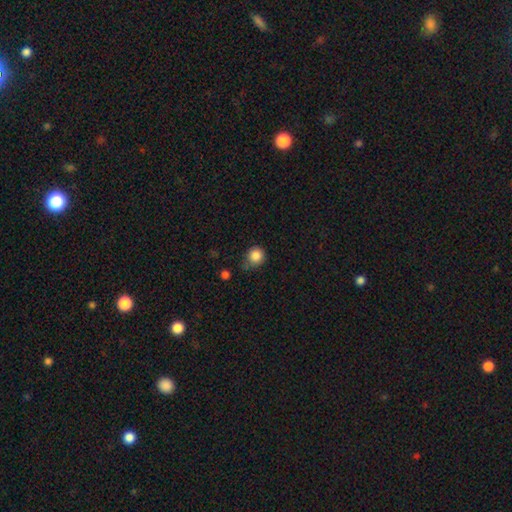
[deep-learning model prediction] Overall: smooth (86%). How rounded: round (88%). Merging: none (63%; minor disturbance 26%).